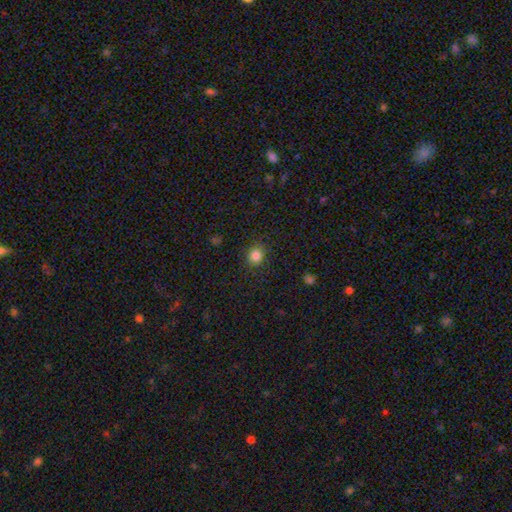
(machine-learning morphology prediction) smooth 84%, star or artifact 12%, featured or disk 4%. Down the decision tree: how rounded — round (81%); merging — none (89%).